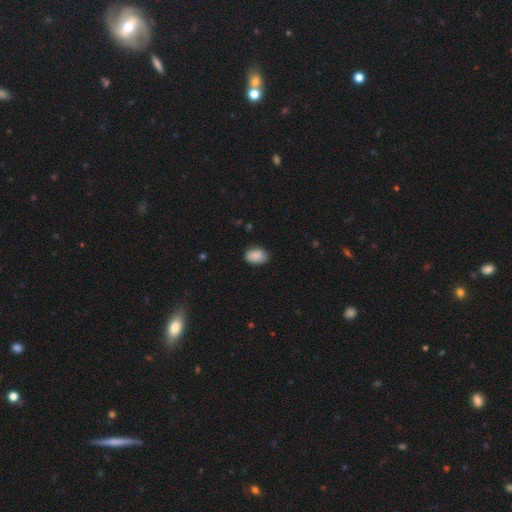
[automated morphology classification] Smooth or featured: smooth — 89% (star or artifact — 7%)
How rounded: in between — 83% (round — 16%)
Merging: none — 84% (minor disturbance — 13%)